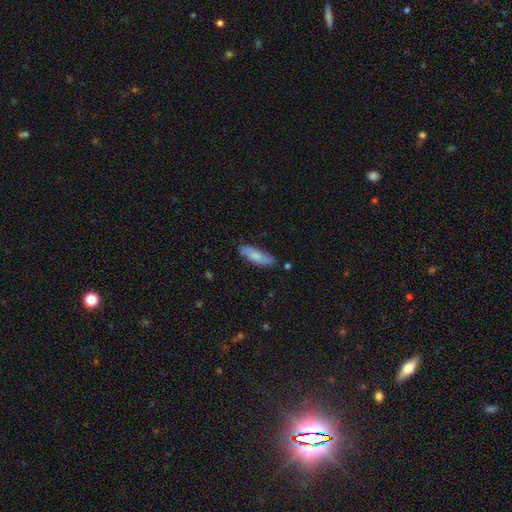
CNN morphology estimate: This appears to be a smooth galaxy with no disk features (74%) that is cigar-shaped (50%). Merging: none (81%).